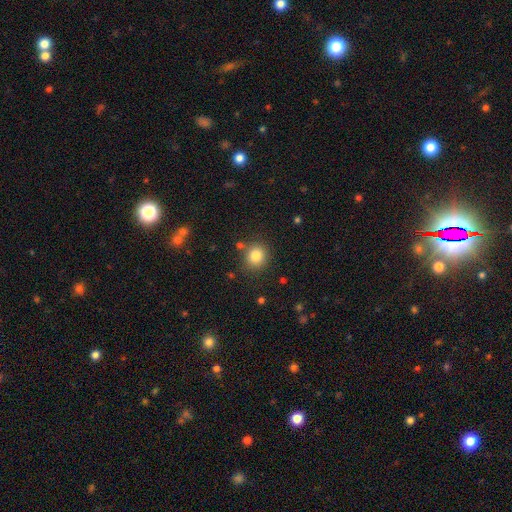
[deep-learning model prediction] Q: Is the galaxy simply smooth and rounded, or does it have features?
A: smooth — 82%.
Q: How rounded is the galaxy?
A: round — 87%.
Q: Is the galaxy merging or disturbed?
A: none — 83%.